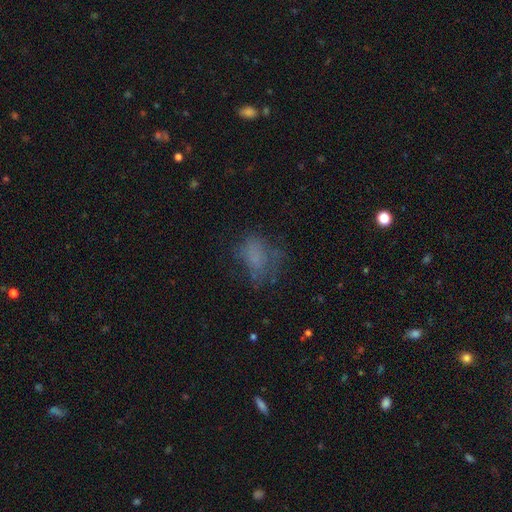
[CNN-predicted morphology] Smooth or featured: smooth — 59% (featured or disk — 22%)
How rounded: in between — 70% (round — 28%)
Merging: none — 47% (major disturbance — 27%)